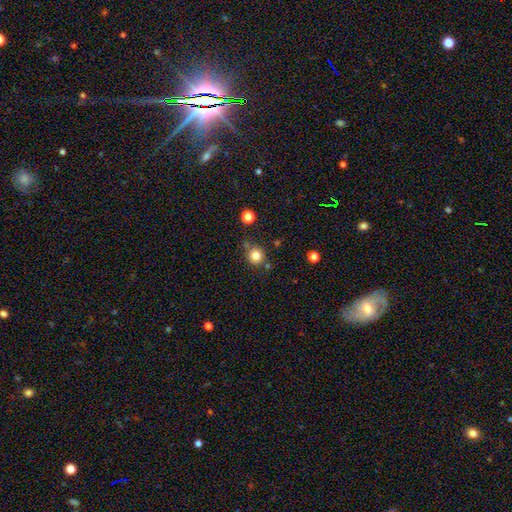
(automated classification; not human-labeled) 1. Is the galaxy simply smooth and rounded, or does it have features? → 82% smooth, 12% star or artifact, 6% featured or disk.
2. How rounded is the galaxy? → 92% round, 7% in between, 1% cigar-shaped.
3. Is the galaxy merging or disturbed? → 76% none, 12% minor disturbance, 9% merger, 3% major disturbance.